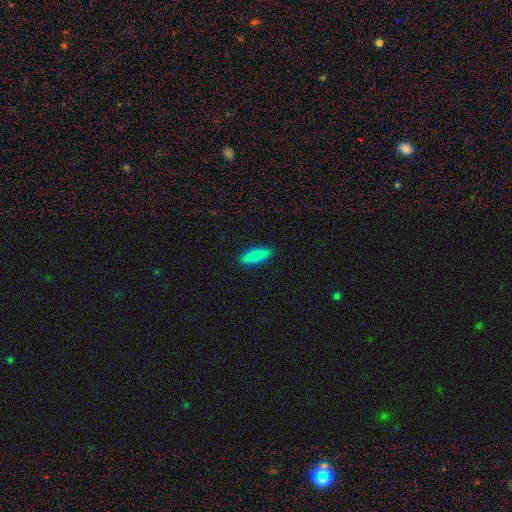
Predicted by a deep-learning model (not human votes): The model was most divided on "how rounded": in between: 52%, cigar-shaped: 46%, round: 2%. More confident: merging — none (90%); smooth or featured — smooth (85%).